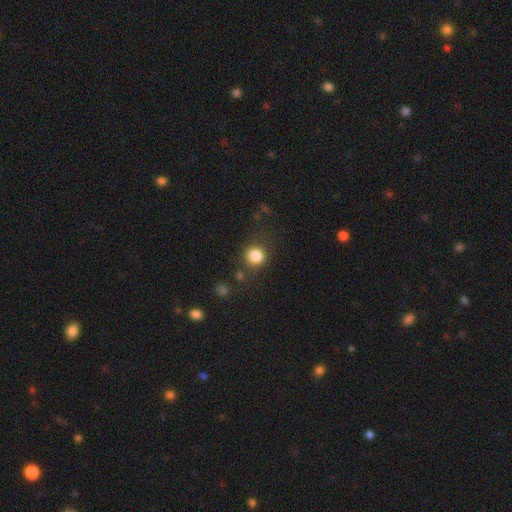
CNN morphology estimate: Smooth or featured: smooth — 84% (star or artifact — 11%)
How rounded: round — 83% (in between — 16%)
Merging: none — 74% (minor disturbance — 14%)